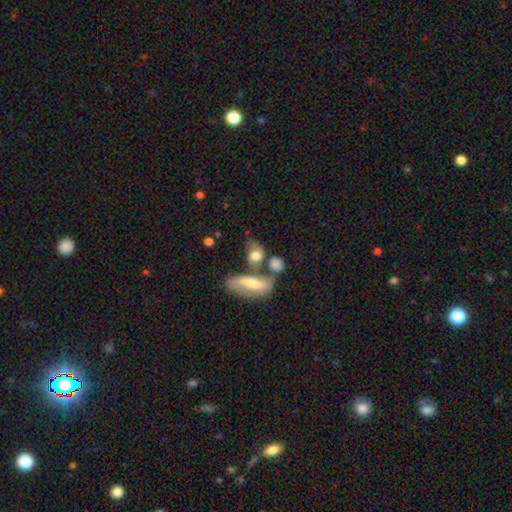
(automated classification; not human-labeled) A smooth galaxy with no disk features (58%) that is in between round and cigar-shaped (69%). Merging: merger (40%).